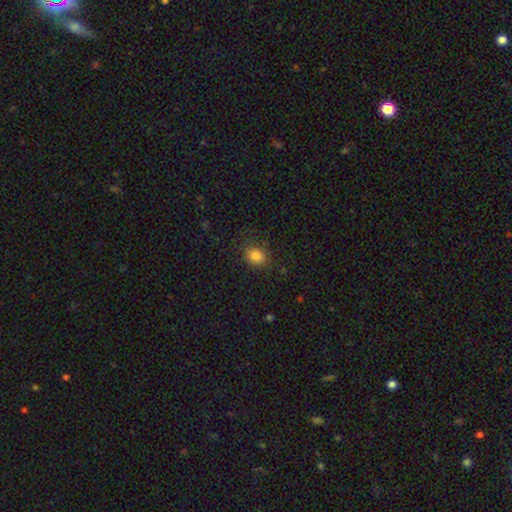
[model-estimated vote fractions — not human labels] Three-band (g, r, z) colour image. It shows a smooth galaxy with no disk features (83%) that is in between round and cigar-shaped (52%). Merging: none (79%).